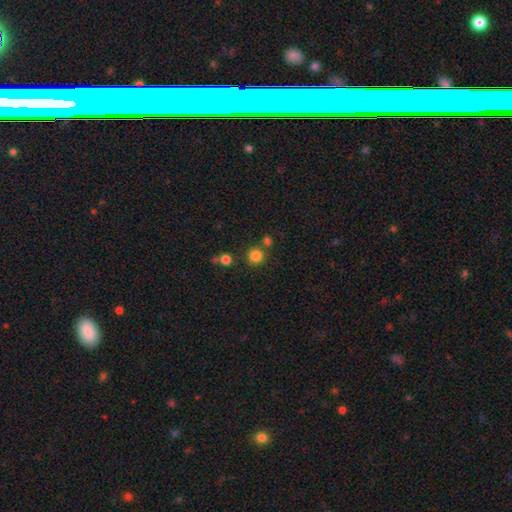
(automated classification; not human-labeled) Smooth or featured? smooth (82%)
How rounded? round (93%)
Merging? none (77%)